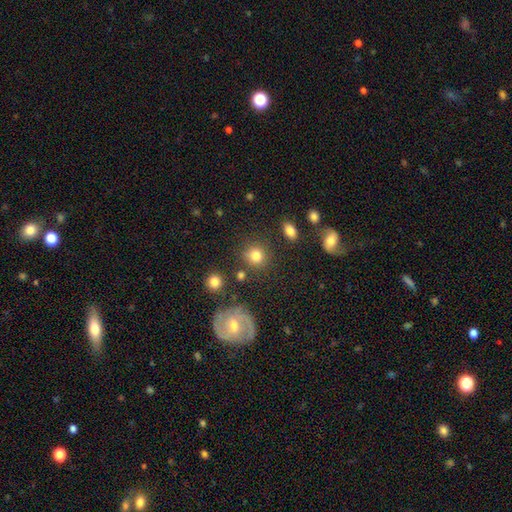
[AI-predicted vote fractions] smooth_or_featured: smooth (p=0.79) [alt: star or artifact p=0.13]
how_rounded: round (p=0.85) [alt: in between p=0.14]
merging: none (p=0.79) [alt: minor disturbance p=0.11]